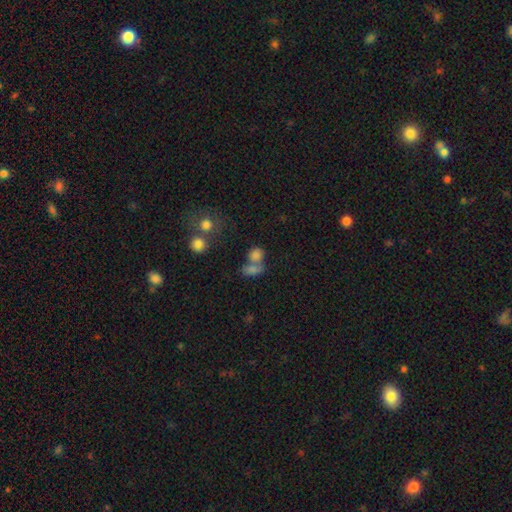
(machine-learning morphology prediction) Smooth or featured?
  - smooth: 77% *
  - star or artifact: 13%
  - featured or disk: 10%
How rounded?
  - round: 57% *
  - in between: 41%
  - cigar-shaped: 3%
Merging?
  - merger: 48% *
  - none: 37%
  - minor disturbance: 9%
  - major disturbance: 6%